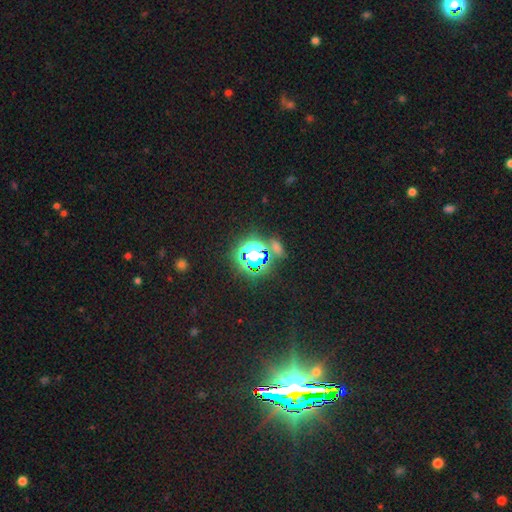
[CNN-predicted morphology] Smooth or featured?
  - star or artifact: 77% *
  - smooth: 15%
  - featured or disk: 8%